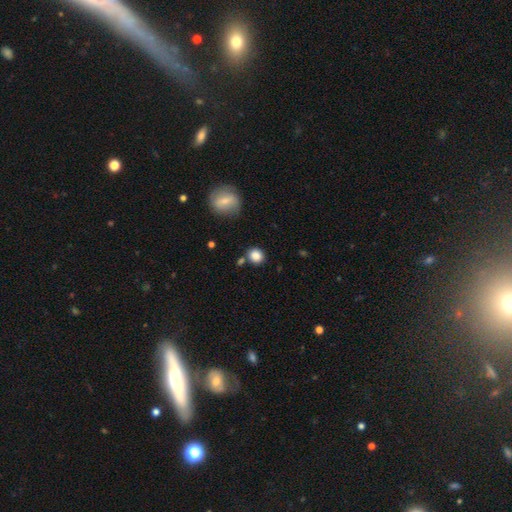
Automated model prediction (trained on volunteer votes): Overall: smooth (85%). How rounded: round (80%). Merging: none (77%).